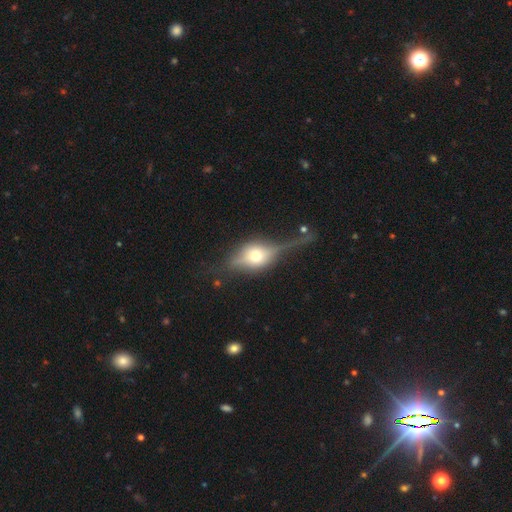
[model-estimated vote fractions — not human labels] Morphology: type=featured or disk (60%); edge-on=yes (86%); edge-on bulge=rounded (93%); merging=none (52%).